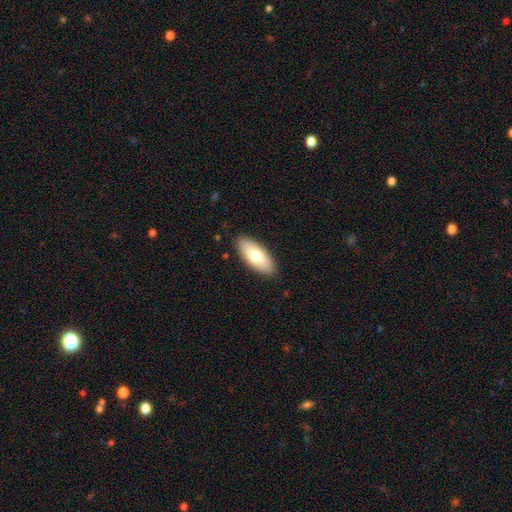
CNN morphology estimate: Smooth or featured? smooth (73%)
How rounded? in between (83%)
Merging? none (87%)